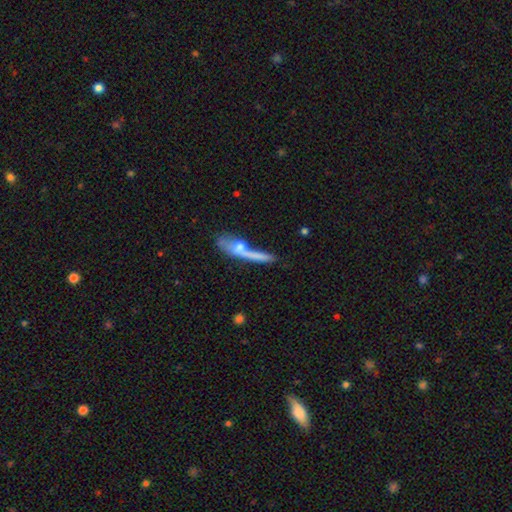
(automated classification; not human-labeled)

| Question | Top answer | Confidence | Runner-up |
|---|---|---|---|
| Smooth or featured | smooth | 55% | featured or disk (36%) |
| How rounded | cigar-shaped | 63% | in between (28%) |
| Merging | merger | 40% | none (28%) |